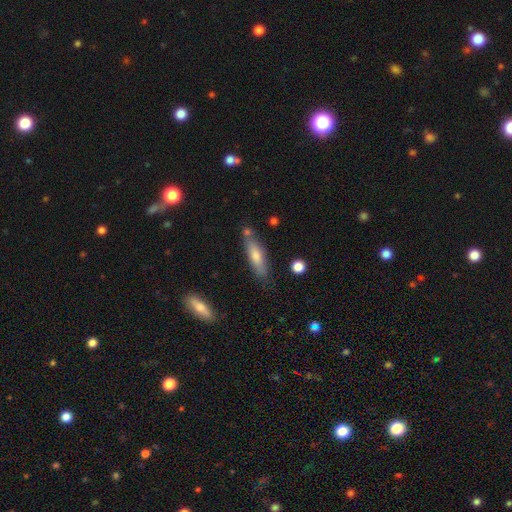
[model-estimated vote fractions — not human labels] smooth 65%, featured or disk 28%, star or artifact 7%. Down the decision tree: how rounded — cigar-shaped (66%); merging — none (74%).